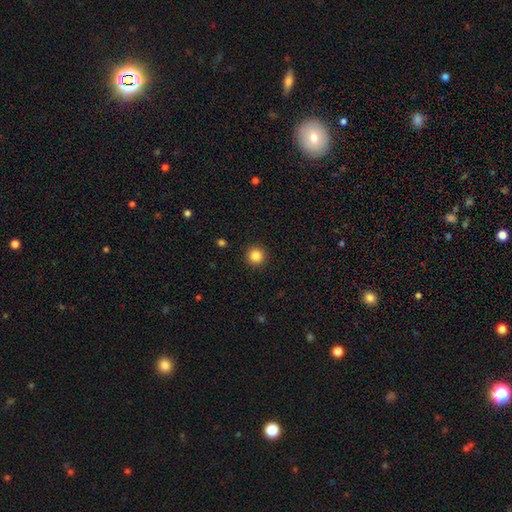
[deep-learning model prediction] Smooth or featured?
  - smooth: 86% *
  - star or artifact: 10%
  - featured or disk: 4%
How rounded?
  - round: 95% *
  - in between: 4%
  - cigar-shaped: 1%
Merging?
  - none: 93% *
  - minor disturbance: 5%
  - major disturbance: 2%
  - merger: 1%